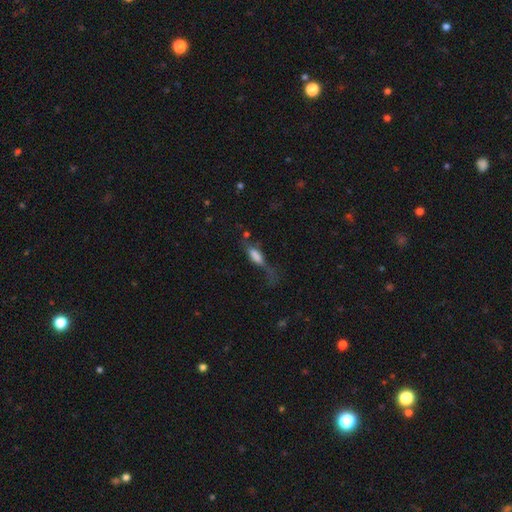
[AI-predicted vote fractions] Smooth or featured?
  - smooth: 63% *
  - featured or disk: 27%
  - star or artifact: 10%
How rounded?
  - in between: 57% *
  - cigar-shaped: 39%
  - round: 4%
Merging?
  - major disturbance: 42% *
  - none: 28%
  - minor disturbance: 23%
  - merger: 7%